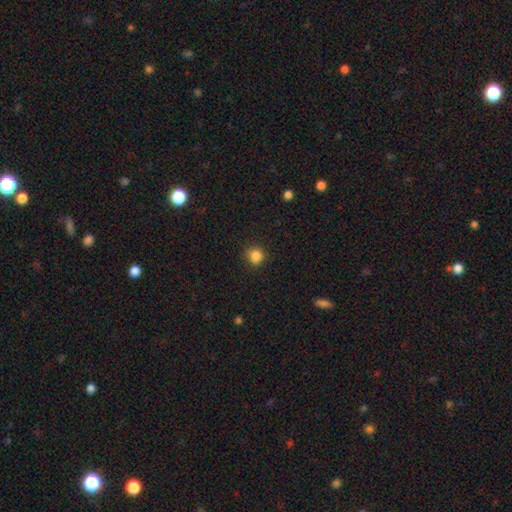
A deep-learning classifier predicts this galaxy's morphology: The model was most divided on "merging": none: 75%, minor disturbance: 18%, major disturbance: 4%, merger: 3%. More confident: smooth or featured — smooth (84%); how rounded — round (81%).